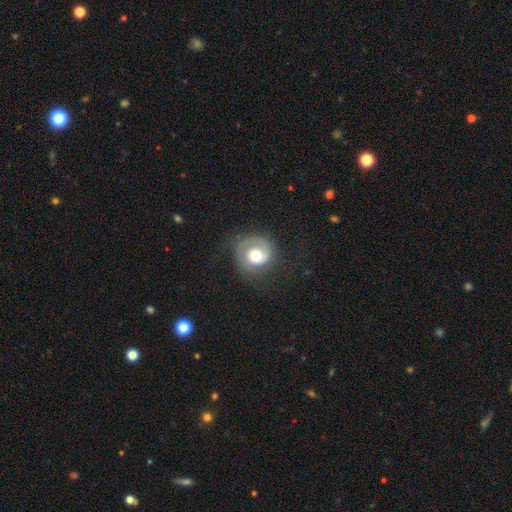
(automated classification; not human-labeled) Q: Smooth or featured?
A: featured or disk (59%); runner-up: smooth (35%)
Q: Edge-on disk?
A: no (98%); runner-up: yes (2%)
Q: Bar?
A: no (78%); runner-up: weak (19%)
Q: Spiral arms?
A: yes (81%); runner-up: no (19%)
Q: Bulge size?
A: moderate (64%); runner-up: large (24%)
Q: Merging?
A: none (63%); runner-up: minor disturbance (18%)